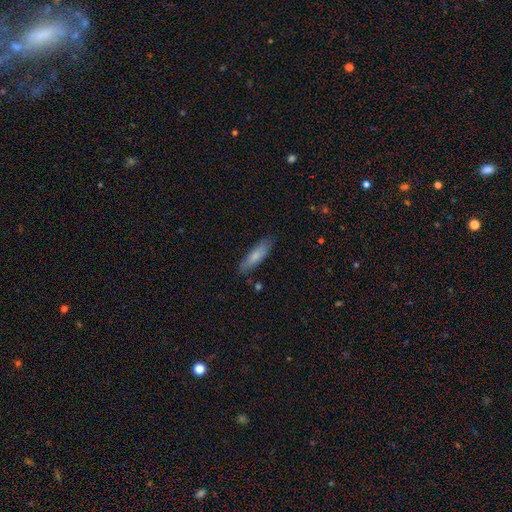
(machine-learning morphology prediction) Smooth or featured?
  - smooth: 76% *
  - featured or disk: 19%
  - star or artifact: 6%
How rounded?
  - cigar-shaped: 60% *
  - in between: 38%
  - round: 2%
Merging?
  - none: 82% *
  - minor disturbance: 13%
  - major disturbance: 2%
  - merger: 2%